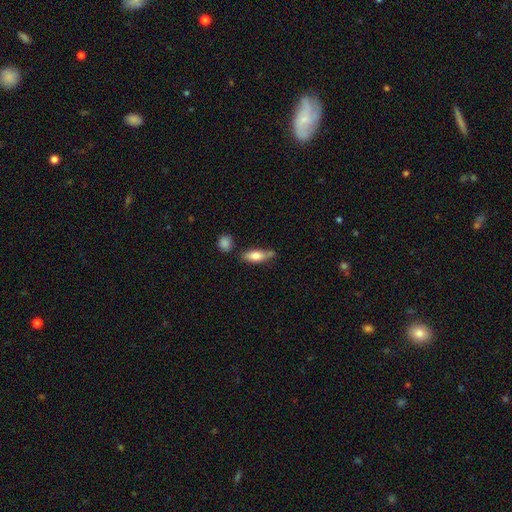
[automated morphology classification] Smooth or featured? smooth (72%)
How rounded? in between (65%)
Merging? none (60%)